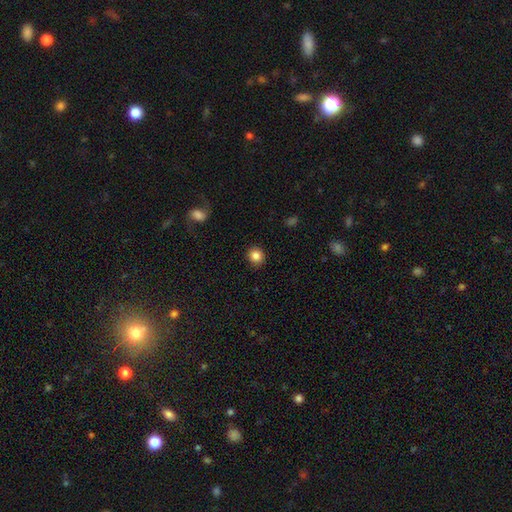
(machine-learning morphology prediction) Smooth or featured: smooth — 85% (star or artifact — 10%)
How rounded: round — 87% (in between — 12%)
Merging: none — 91% (minor disturbance — 6%)